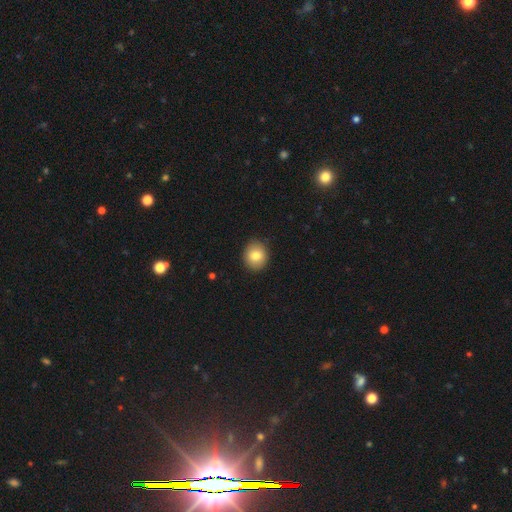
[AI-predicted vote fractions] Q: Smooth or featured?
A: smooth (82%); runner-up: featured or disk (10%)
Q: How rounded?
A: round (77%); runner-up: in between (22%)
Q: Merging?
A: none (90%); runner-up: minor disturbance (7%)